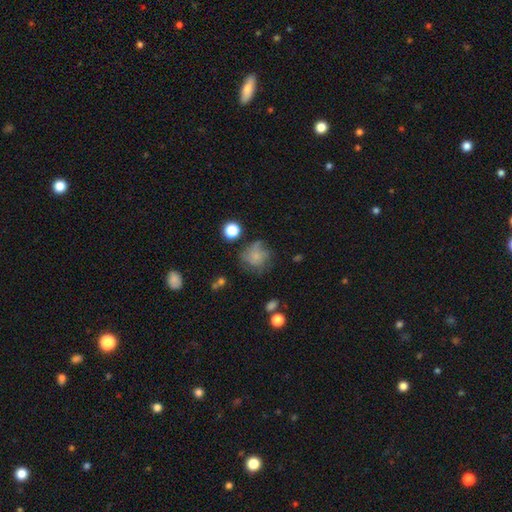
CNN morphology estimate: type=smooth (60%); roundness=round (78%); merging=none (50%).